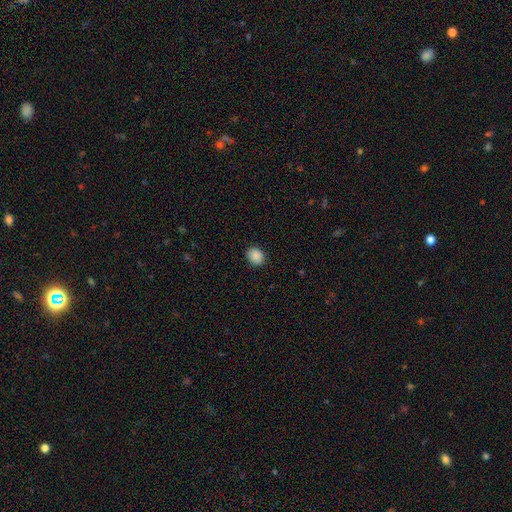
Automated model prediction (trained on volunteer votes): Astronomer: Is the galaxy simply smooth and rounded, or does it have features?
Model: smooth — 89%.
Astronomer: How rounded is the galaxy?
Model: round — 59% (runner-up: in between, 40%).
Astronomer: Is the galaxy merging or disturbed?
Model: none — 89%.